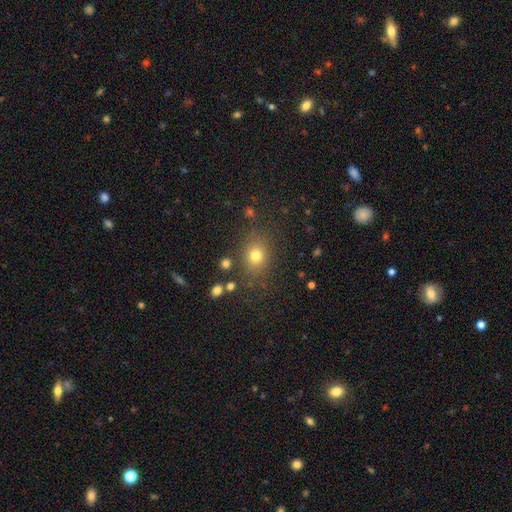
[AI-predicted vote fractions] Overall: smooth (75%). How rounded: round (57%; in between 42%). Merging: none (81%).